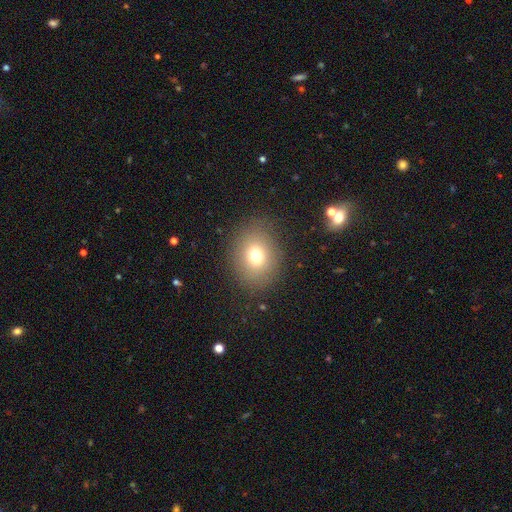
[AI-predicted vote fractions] This appears to be a smooth galaxy with no disk features (73%) that is round (56%). Merging: none (85%).